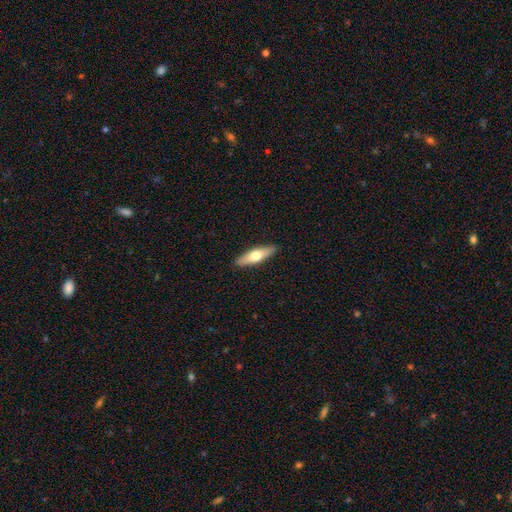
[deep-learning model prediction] smooth-or-featured: smooth: 61% | featured or disk: 34% | star or artifact: 5%
  how-rounded: cigar-shaped: 61% | in between: 37% | round: 2%
  merging: none: 90% | minor disturbance: 7% | major disturbance: 2% | merger: 1%